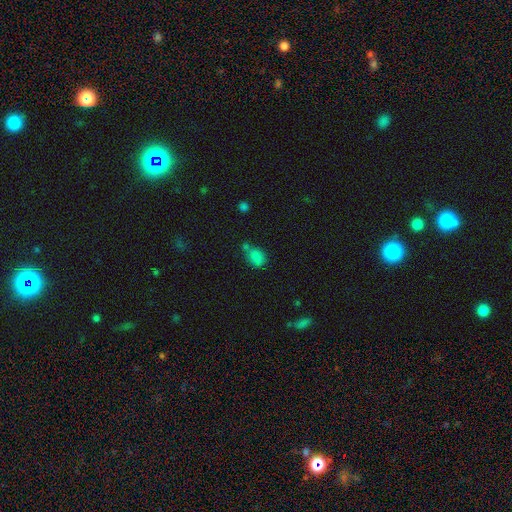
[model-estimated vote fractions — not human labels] Smooth or featured? smooth (80%)
How rounded? in between (65%)
Merging? none (50%)